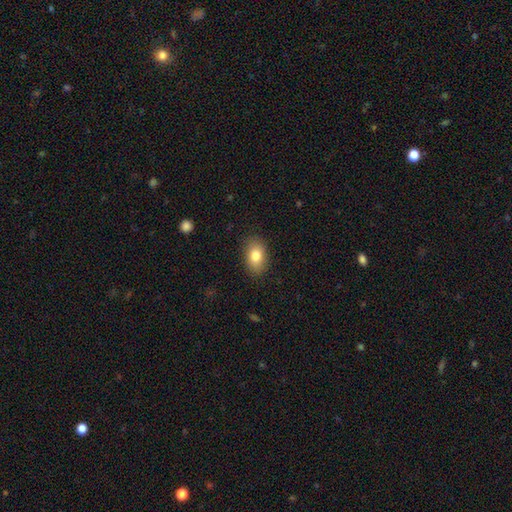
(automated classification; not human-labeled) Morphology: type=smooth (80%); roundness=in between (85%); merging=none (86%).